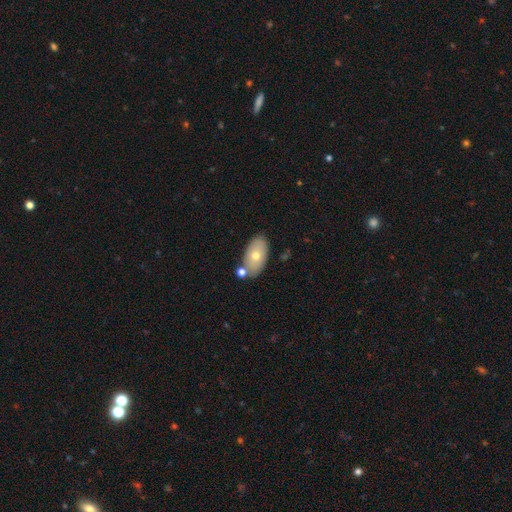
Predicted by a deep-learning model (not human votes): Q: Smooth or featured?
A: smooth (67%); runner-up: featured or disk (26%)
Q: How rounded?
A: in between (93%); runner-up: round (5%)
Q: Merging?
A: none (73%); runner-up: minor disturbance (12%)